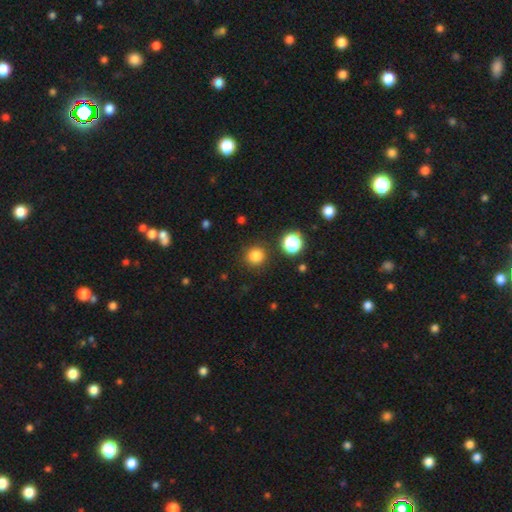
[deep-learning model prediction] Smooth or featured: smooth — 82% (star or artifact — 14%)
How rounded: round — 93% (in between — 6%)
Merging: none — 89% (minor disturbance — 6%)